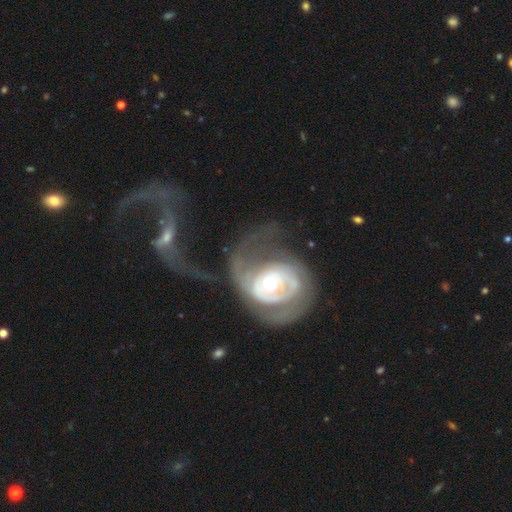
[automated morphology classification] Smooth or featured: featured or disk — 82% (smooth — 12%)
Edge-on disk: no — 97% (yes — 3%)
Bar: no — 68% (weak — 22%)
Spiral arms: yes — 76% (no — 24%)
Spiral winding: tight — 40% (medium — 32%)
Spiral arm count: 2 — 44% (can't tell — 26%)
Bulge size: moderate — 68% (small — 21%)
Merging: major disturbance — 48% (merger — 24%)